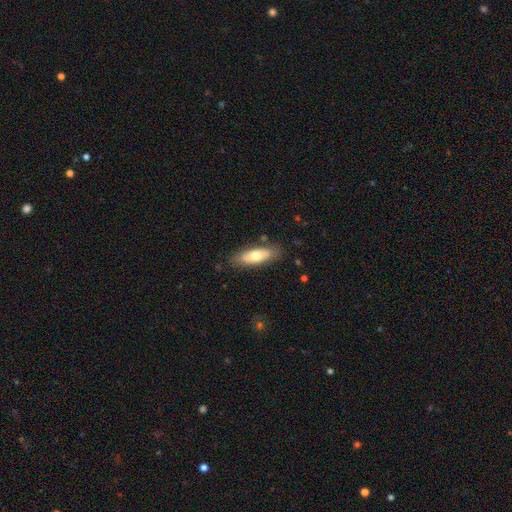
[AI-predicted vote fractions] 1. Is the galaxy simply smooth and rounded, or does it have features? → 61% smooth, 33% featured or disk, 6% star or artifact.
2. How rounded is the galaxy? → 68% in between, 30% cigar-shaped, 2% round.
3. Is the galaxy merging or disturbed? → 82% none, 13% minor disturbance, 3% major disturbance, 2% merger.